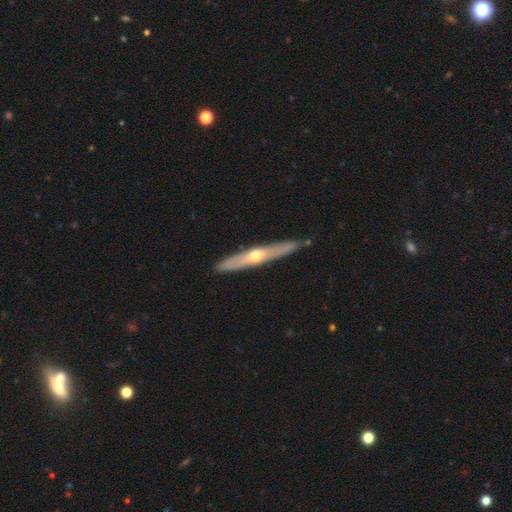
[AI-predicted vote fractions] Q: Smooth or featured?
A: featured or disk (65%); runner-up: smooth (30%)
Q: Edge-on disk?
A: yes (86%); runner-up: no (14%)
Q: Edge-on bulge?
A: rounded (83%); runner-up: none (15%)
Q: Merging?
A: none (85%); runner-up: minor disturbance (11%)